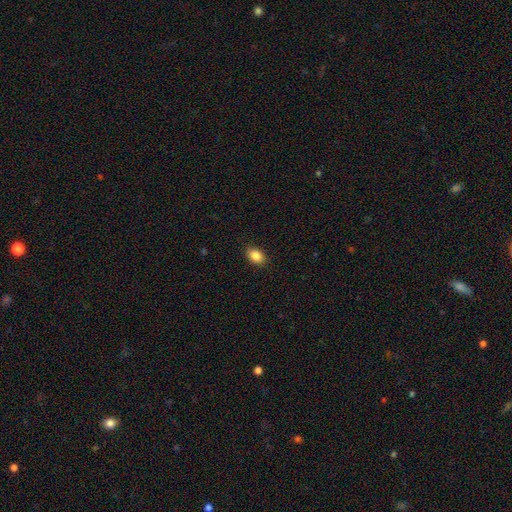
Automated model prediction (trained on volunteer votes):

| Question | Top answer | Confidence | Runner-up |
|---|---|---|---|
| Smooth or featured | smooth | 87% | star or artifact (8%) |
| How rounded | in between | 81% | round (18%) |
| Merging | none | 89% | minor disturbance (8%) |